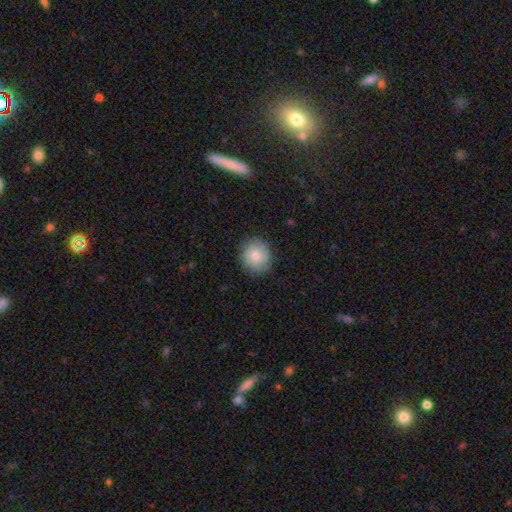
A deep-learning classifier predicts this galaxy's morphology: Smooth or featured: smooth — 69% (featured or disk — 24%)
How rounded: round — 84% (in between — 15%)
Merging: none — 82% (minor disturbance — 14%)